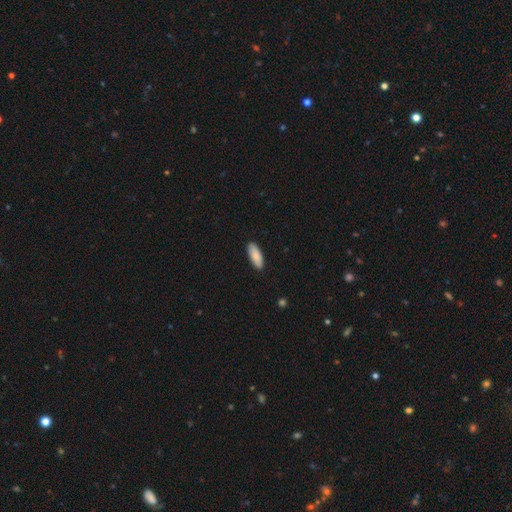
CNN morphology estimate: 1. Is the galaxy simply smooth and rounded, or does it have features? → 88% smooth, 6% featured or disk, 5% star or artifact.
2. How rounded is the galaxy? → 74% in between, 24% cigar-shaped, 2% round.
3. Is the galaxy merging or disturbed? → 90% none, 8% minor disturbance, 2% major disturbance, 1% merger.